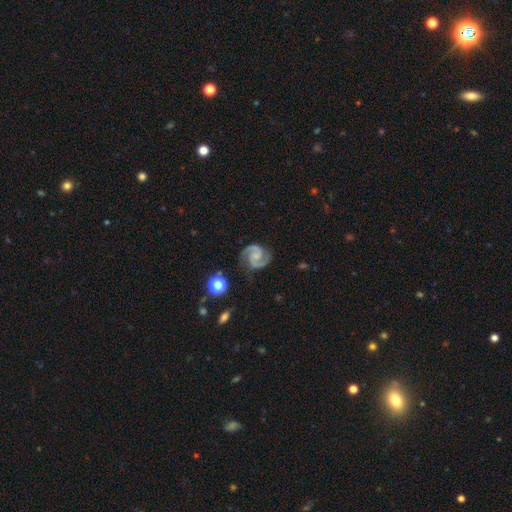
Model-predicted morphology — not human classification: smooth-or-featured: featured or disk: 92% | star or artifact: 4% | smooth: 4%
  disk-edge-on: no: 98% | yes: 2%
    bar: no: 55% | weak: 36% | strong: 9%
    has-spiral-arms: yes: 99% | no: 1%
      spiral-winding: medium: 57% | tight: 35% | loose: 9%
      spiral-arm-count: 2: 94% | 3: 1% | can't tell: 1% | 1: 1% | 4: 1% | more than 4: 1%
    bulge-size: small: 41% | none: 37% | moderate: 19% | large: 2% | dominant: 1%
  merging: none: 83% | minor disturbance: 12% | major disturbance: 4% | merger: 2%